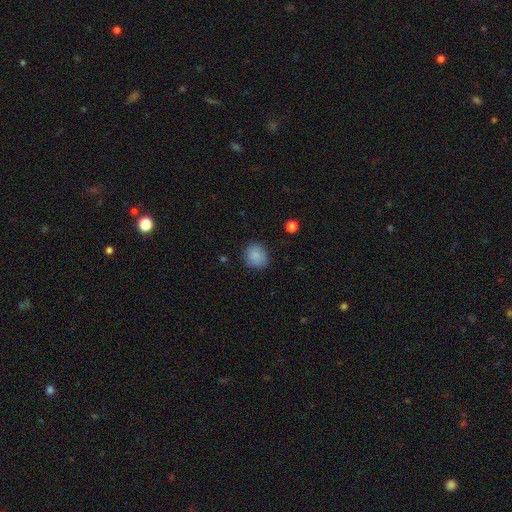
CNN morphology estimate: smooth-or-featured: smooth: 86% | star or artifact: 8% | featured or disk: 5%
  how-rounded: round: 75% | in between: 24% | cigar-shaped: 1%
  merging: none: 79% | minor disturbance: 16% | major disturbance: 3% | merger: 1%